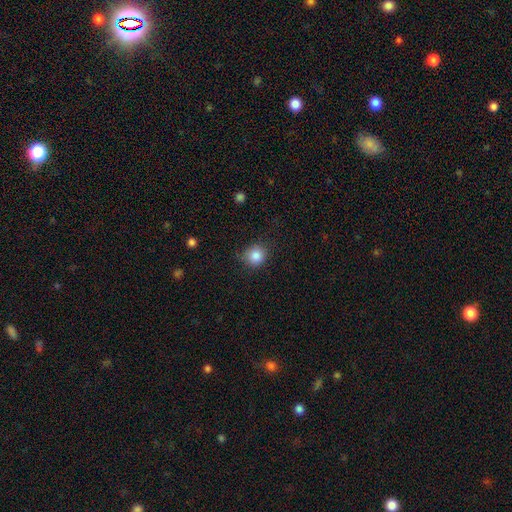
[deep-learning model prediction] Smooth or featured: smooth — 85% (star or artifact — 10%)
How rounded: round — 86% (in between — 13%)
Merging: none — 78% (minor disturbance — 17%)